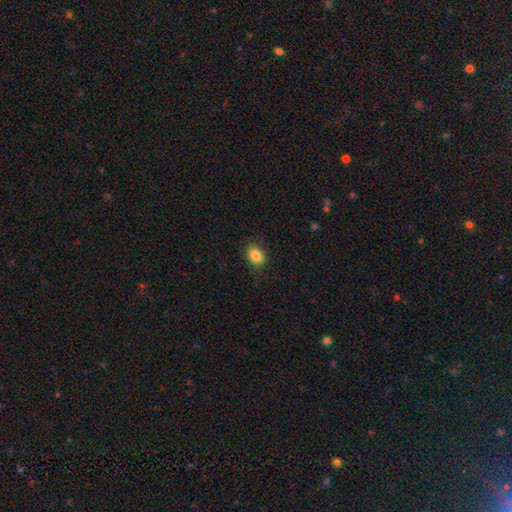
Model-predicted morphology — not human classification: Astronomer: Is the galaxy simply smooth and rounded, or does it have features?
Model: smooth — 85%.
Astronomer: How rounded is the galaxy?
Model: in between — 71%.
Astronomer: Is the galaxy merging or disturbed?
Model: none — 86%.